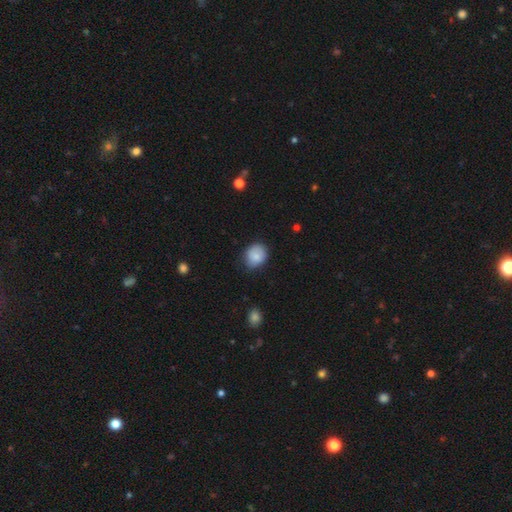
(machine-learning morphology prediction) A smooth galaxy with no disk features (84%) that is round (62%).

Vote fractions:
- Smooth or featured? smooth: 84% / featured or disk: 9% / star or artifact: 8%
- How rounded? round: 62% / in between: 37% / cigar-shaped: 1%
- Merging? none: 69% / minor disturbance: 26% / major disturbance: 4% / merger: 1%